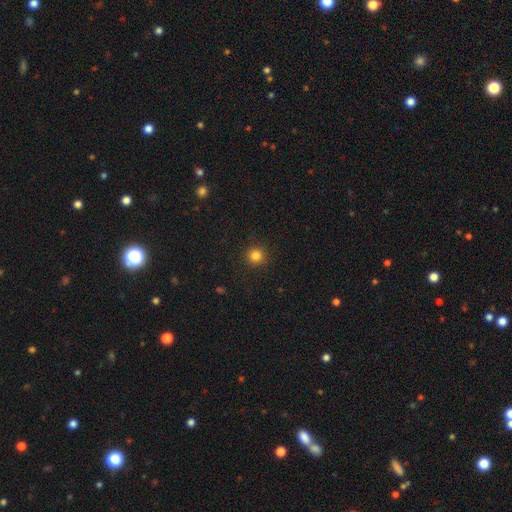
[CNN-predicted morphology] A smooth galaxy with no disk features (83%) that is round (95%). Merging: none (92%).